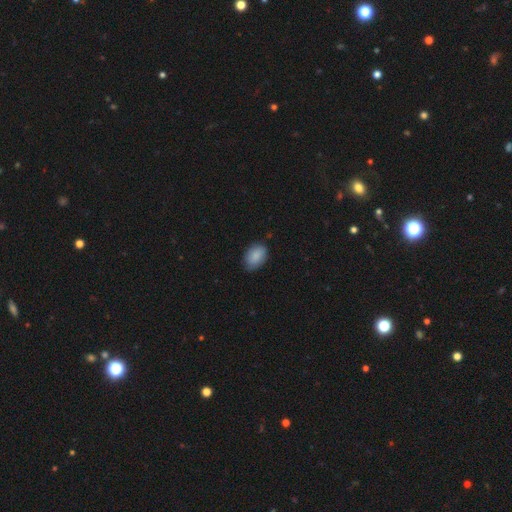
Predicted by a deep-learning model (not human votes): Smooth or featured?
  - smooth: 87% *
  - star or artifact: 7%
  - featured or disk: 6%
How rounded?
  - in between: 85% *
  - round: 14%
  - cigar-shaped: 1%
Merging?
  - none: 76% *
  - minor disturbance: 20%
  - major disturbance: 3%
  - merger: 1%